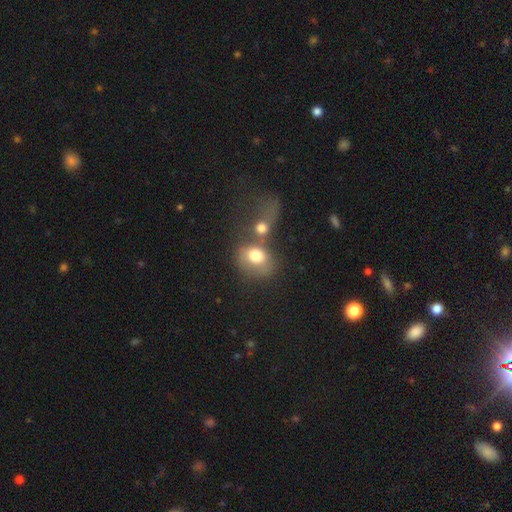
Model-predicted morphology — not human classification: smooth-or-featured: smooth: 71% | featured or disk: 19% | star or artifact: 10%
  how-rounded: round: 54% | in between: 45% | cigar-shaped: 1%
  merging: merger: 51% | none: 24% | major disturbance: 14% | minor disturbance: 11%